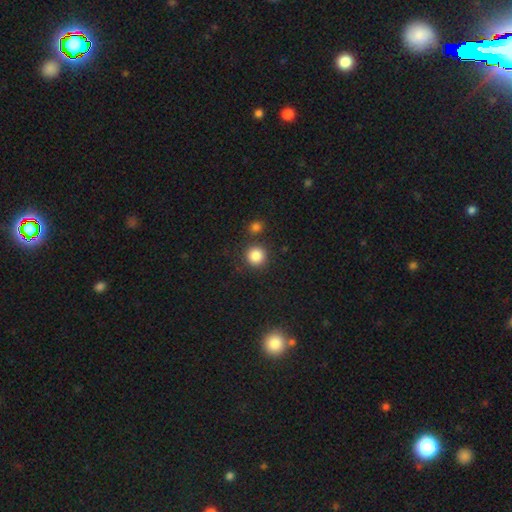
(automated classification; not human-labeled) smooth 85%, star or artifact 11%, featured or disk 4%. Down the decision tree: how rounded — round (93%); merging — none (82%).